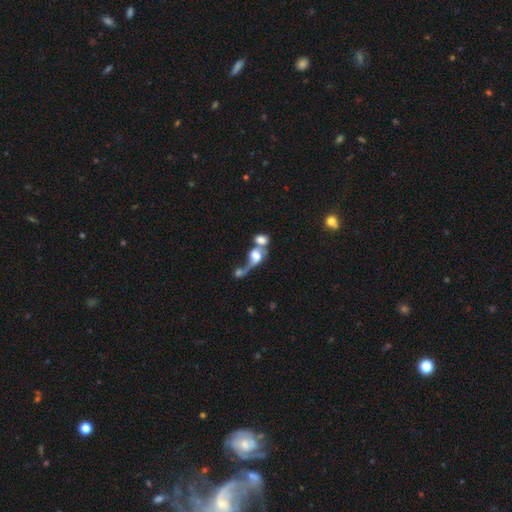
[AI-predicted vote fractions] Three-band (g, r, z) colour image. It shows a smooth galaxy with no disk features (52%) that is in between round and cigar-shaped (58%). Merging: merger (71%).